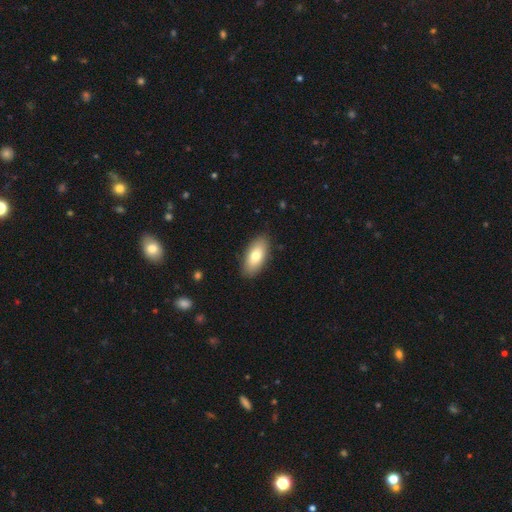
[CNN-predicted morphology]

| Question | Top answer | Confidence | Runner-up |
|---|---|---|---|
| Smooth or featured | smooth | 76% | featured or disk (18%) |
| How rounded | in between | 89% | cigar-shaped (8%) |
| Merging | none | 88% | minor disturbance (9%) |